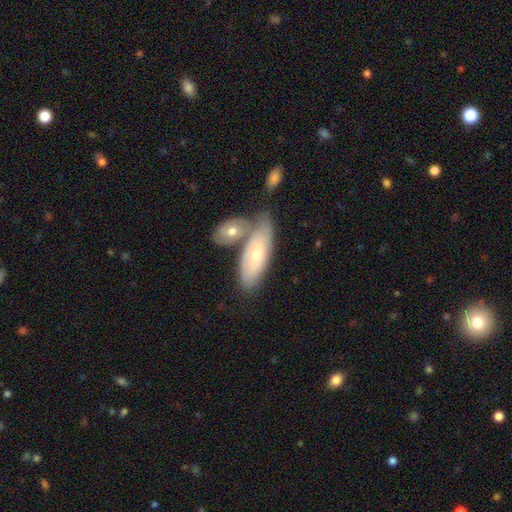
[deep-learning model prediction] Smooth or featured? Predicted: smooth (p=0.55). How rounded? Predicted: in between (p=0.75). Merging? Predicted: none (p=0.42).